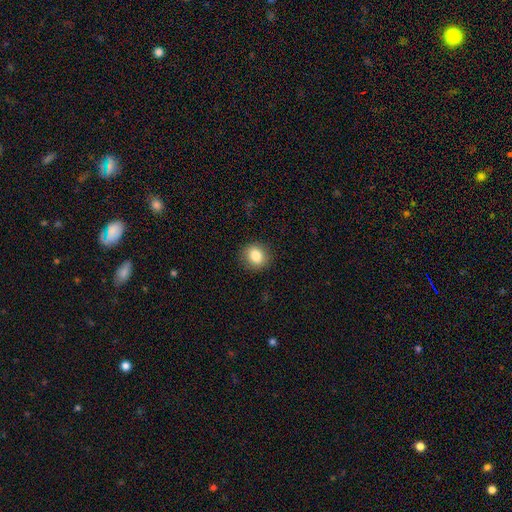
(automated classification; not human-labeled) smooth-or-featured: smooth: 84% | star or artifact: 9% | featured or disk: 7%
  how-rounded: round: 80% | in between: 19% | cigar-shaped: 1%
  merging: none: 89% | minor disturbance: 7% | major disturbance: 2% | merger: 1%